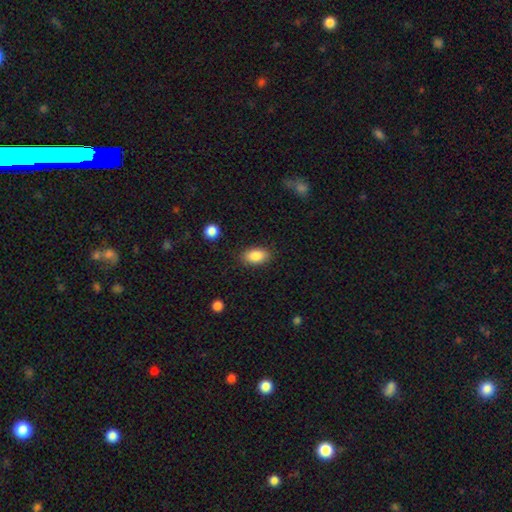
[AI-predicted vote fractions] This is clearly a smooth galaxy (87%). How rounded: clearly in between (91%). Merging: clearly none (86%).